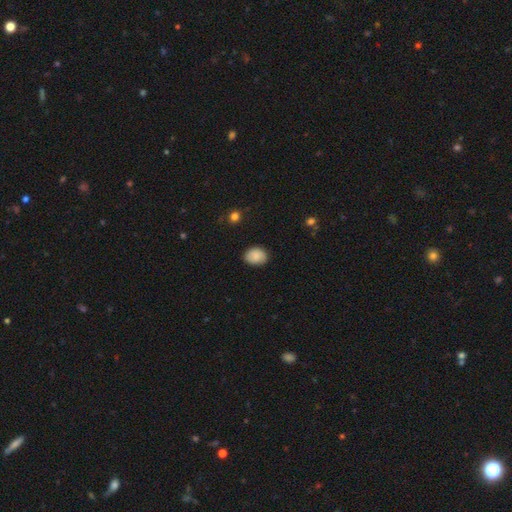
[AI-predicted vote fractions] smooth 87%, star or artifact 7%, featured or disk 5%. Down the decision tree: how rounded — in between (64%); merging — none (83%).